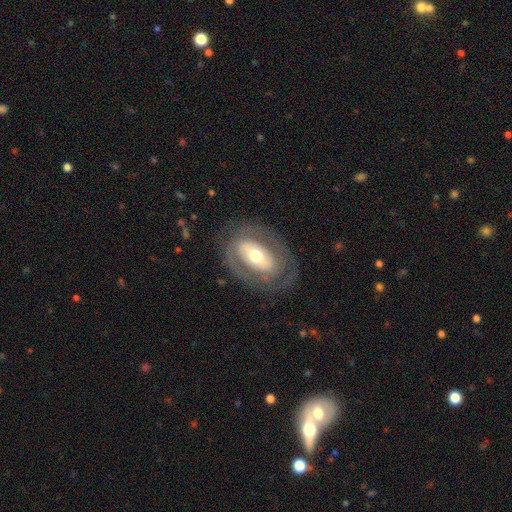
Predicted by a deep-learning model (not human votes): smooth-or-featured: featured or disk: 67% | smooth: 27% | star or artifact: 5%
  disk-edge-on: no: 92% | yes: 8%
    bar: no: 39% | strong: 33% | weak: 27%
    has-spiral-arms: no: 54% | yes: 46%
    bulge-size: moderate: 63% | small: 17% | large: 17% | dominant: 2% | none: 1%
  merging: none: 76% | minor disturbance: 13% | major disturbance: 10% | merger: 1%